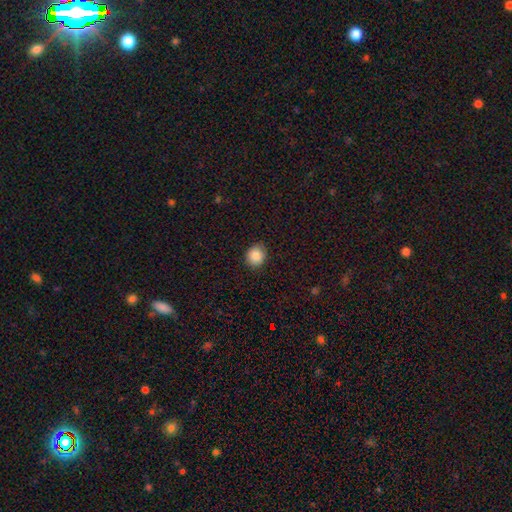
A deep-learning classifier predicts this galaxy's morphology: Smooth or featured: smooth — 88% (star or artifact — 9%)
How rounded: round — 76% (in between — 23%)
Merging: none — 86% (minor disturbance — 10%)